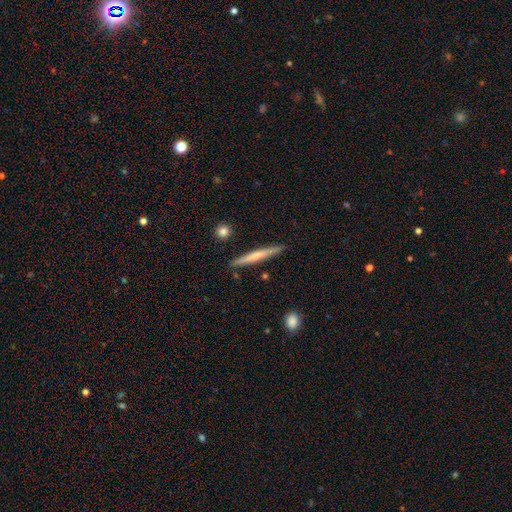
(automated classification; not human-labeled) This appears to be a smooth galaxy with no disk features (53%) that is cigar-shaped (96%). Merging: none (90%).